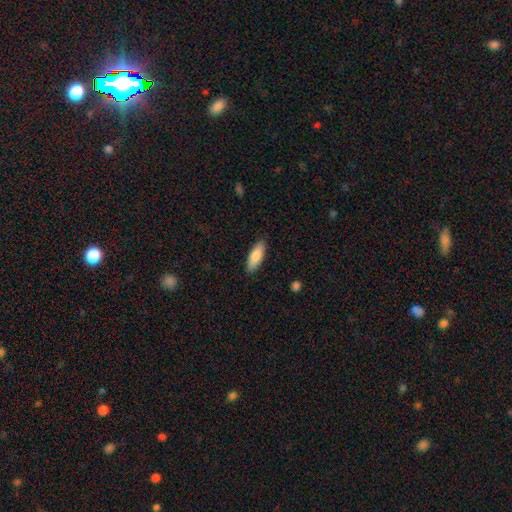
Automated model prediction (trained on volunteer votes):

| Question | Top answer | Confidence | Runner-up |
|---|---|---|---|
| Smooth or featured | smooth | 82% | featured or disk (12%) |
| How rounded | in between | 60% | cigar-shaped (38%) |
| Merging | none | 88% | minor disturbance (9%) |